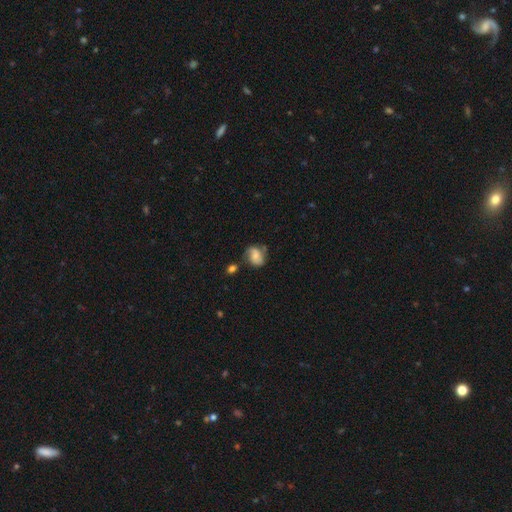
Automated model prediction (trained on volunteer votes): Morphology: type=featured or disk (47%); merging=none (55%).